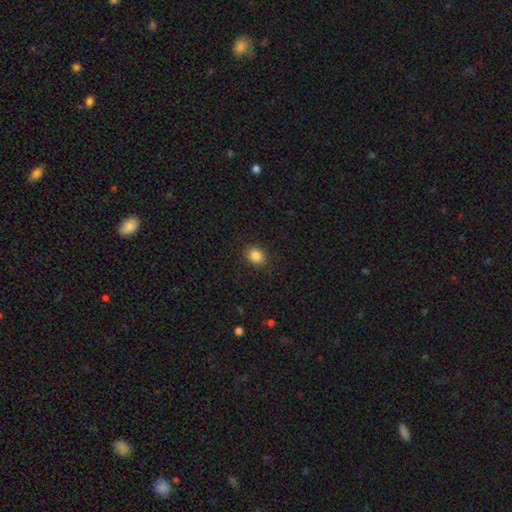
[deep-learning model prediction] A smooth galaxy with no disk features (86%) that is round (61%). Merging: none (87%).